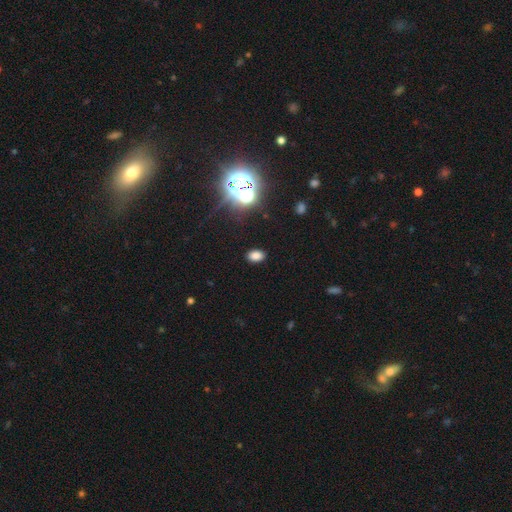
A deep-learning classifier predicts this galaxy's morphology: smooth_or_featured: smooth (p=0.75) [alt: star or artifact p=0.20]
how_rounded: in between (p=0.88) [alt: round p=0.11]
merging: none (p=0.88) [alt: minor disturbance p=0.08]